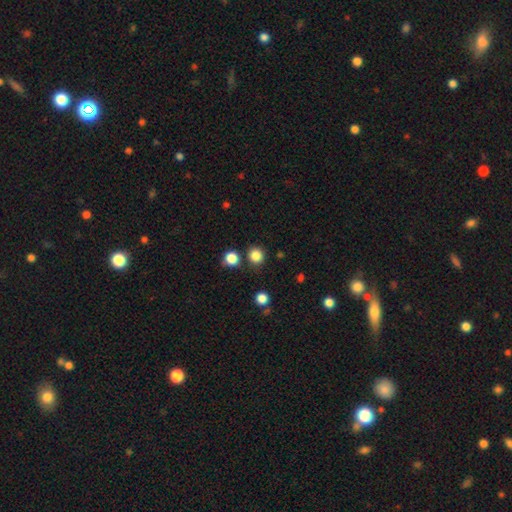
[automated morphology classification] This appears to be a smooth galaxy with no disk features (84%) that is round (91%). Merging: none (84%).